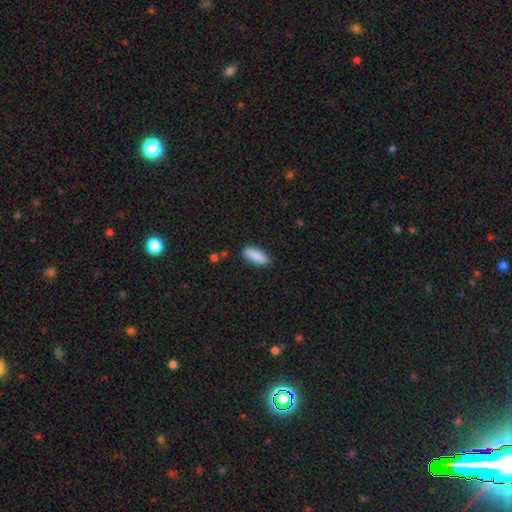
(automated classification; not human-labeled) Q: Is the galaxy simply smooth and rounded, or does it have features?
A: smooth — 89%.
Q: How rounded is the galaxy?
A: in between — 66%.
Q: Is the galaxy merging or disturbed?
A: none — 87%.